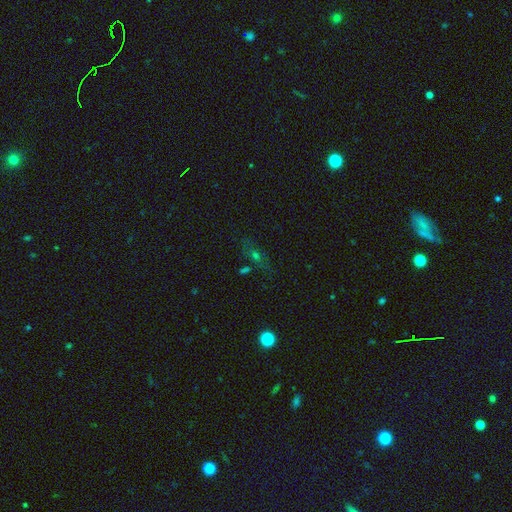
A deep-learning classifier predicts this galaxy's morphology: The model was most divided on "smooth or featured": smooth: 35%, featured or disk: 33%, star or artifact: 32%. More confident: merging — none (66%).